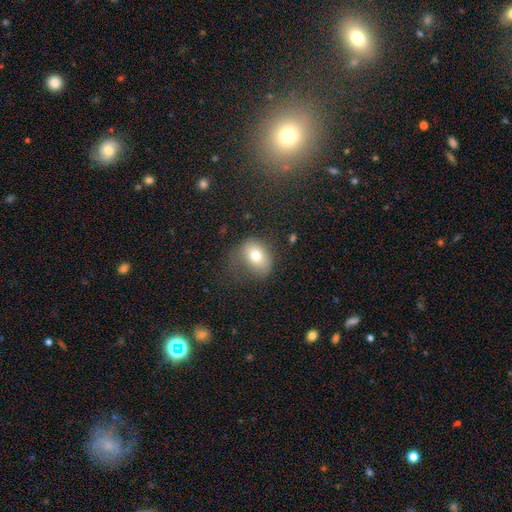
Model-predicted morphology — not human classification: Smooth or featured? Predicted: smooth (p=0.73). How rounded? Predicted: in between (p=0.58). Merging? Predicted: none (p=0.46).